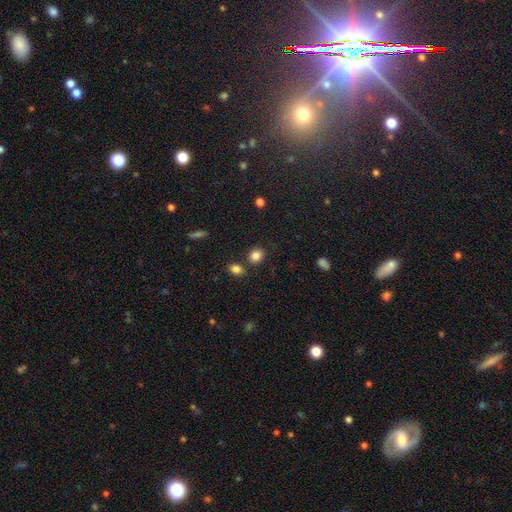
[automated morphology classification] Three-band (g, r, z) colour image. It shows a smooth galaxy with no disk features (85%) that is round (65%). Merging: none (78%).